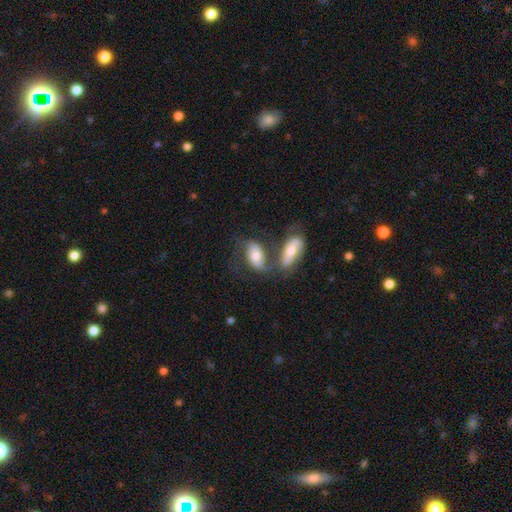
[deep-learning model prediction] Smooth or featured? Predicted: smooth (p=0.51). How rounded? Predicted: in between (p=0.90). Merging? Predicted: merger (p=0.54).